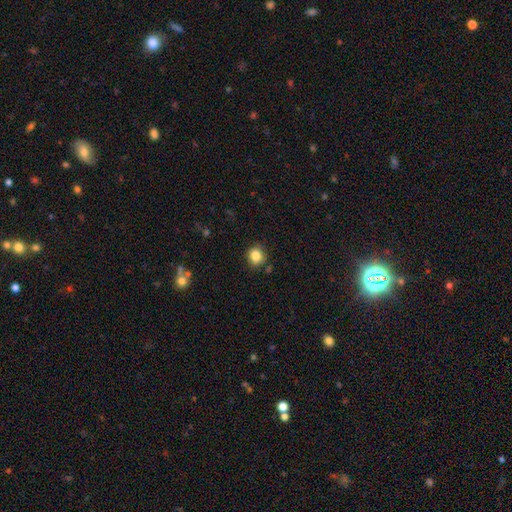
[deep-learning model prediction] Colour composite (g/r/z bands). It shows a smooth galaxy with no disk features (85%) that is round (77%). Merging: none (82%).